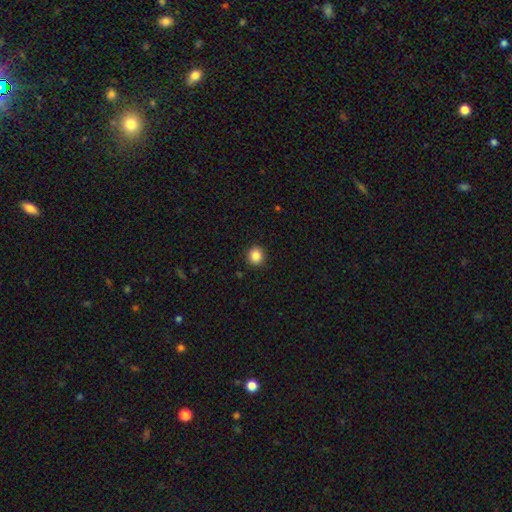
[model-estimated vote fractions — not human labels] A smooth galaxy with no disk features (85%) that is round (86%).

Vote fractions:
- Smooth or featured? smooth: 85% / star or artifact: 10% / featured or disk: 4%
- How rounded? round: 86% / in between: 13% / cigar-shaped: 1%
- Merging? none: 91% / minor disturbance: 6% / major disturbance: 2% / merger: 1%